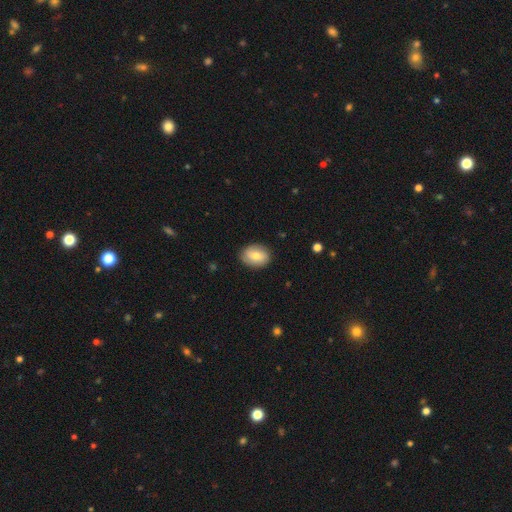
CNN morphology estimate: The model was most divided on "how rounded": in between: 63%, round: 36%, cigar-shaped: 1%. More confident: merging — none (86%); smooth or featured — smooth (72%).